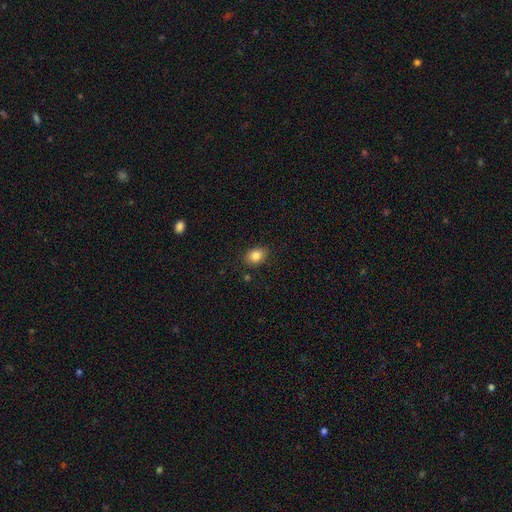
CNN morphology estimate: A smooth galaxy with no disk features (84%) that is in between round and cigar-shaped (67%).

Vote fractions:
- Smooth or featured? smooth: 84% / star or artifact: 10% / featured or disk: 7%
- How rounded? in between: 67% / round: 32% / cigar-shaped: 1%
- Merging? none: 86% / minor disturbance: 10% / major disturbance: 2% / merger: 2%